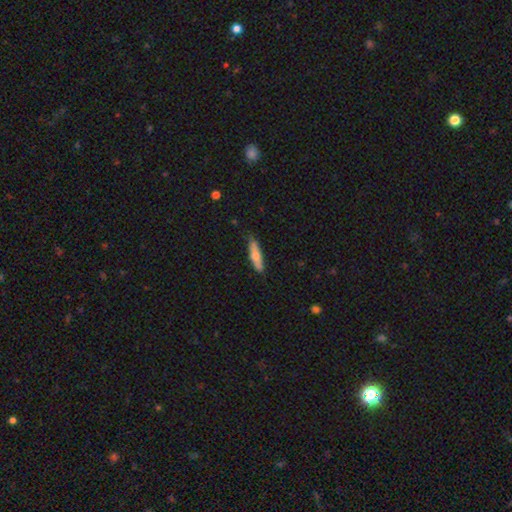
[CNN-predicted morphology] Overall: smooth (70%). How rounded: cigar-shaped (75%). Merging: none (77%).